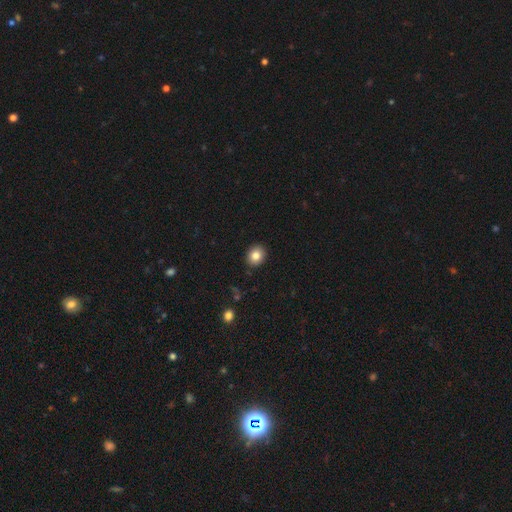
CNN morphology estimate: Smooth or featured? smooth (83%)
How rounded? round (64%)
Merging? none (90%)